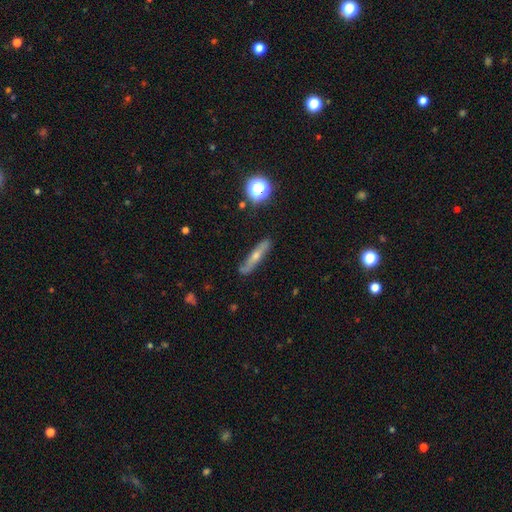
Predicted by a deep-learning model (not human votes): smooth_or_featured: featured or disk (p=0.55) [alt: smooth p=0.35]
disk_edge_on: yes (p=0.78) [alt: no p=0.22]
merging: none (p=0.83) [alt: minor disturbance p=0.13]